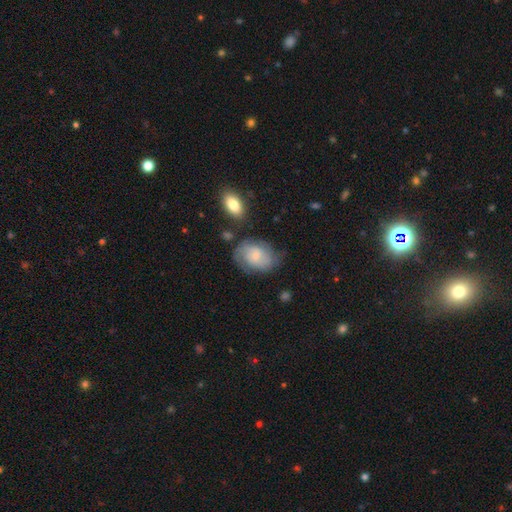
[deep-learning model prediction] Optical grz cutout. It shows a smooth galaxy with no disk features (53%) that is in between round and cigar-shaped (70%). Merging: none (56%).